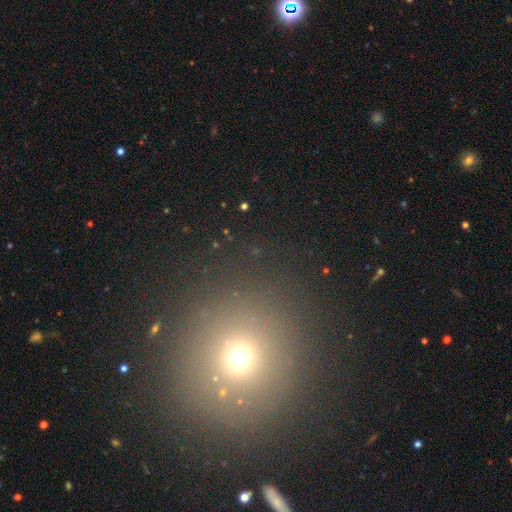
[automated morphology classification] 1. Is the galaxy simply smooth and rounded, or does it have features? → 57% smooth, 35% star or artifact, 9% featured or disk.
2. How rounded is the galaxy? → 91% round, 8% in between, 1% cigar-shaped.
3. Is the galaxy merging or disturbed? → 85% none, 7% minor disturbance, 4% major disturbance, 4% merger.